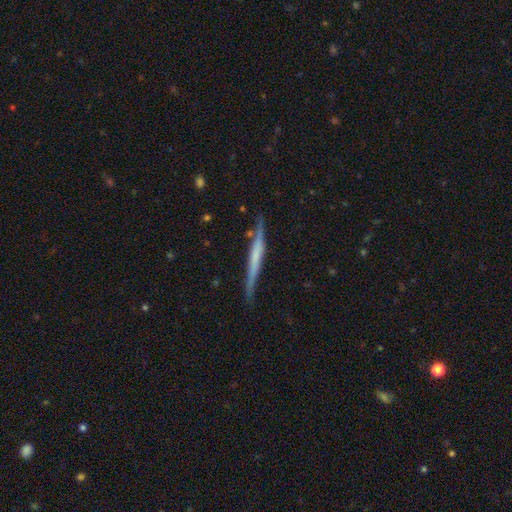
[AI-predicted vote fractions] Overall: featured or disk (58%; smooth 36%). Edge-on disk: yes (96%). Edge-on bulge: none (67%). Merging: none (80%).